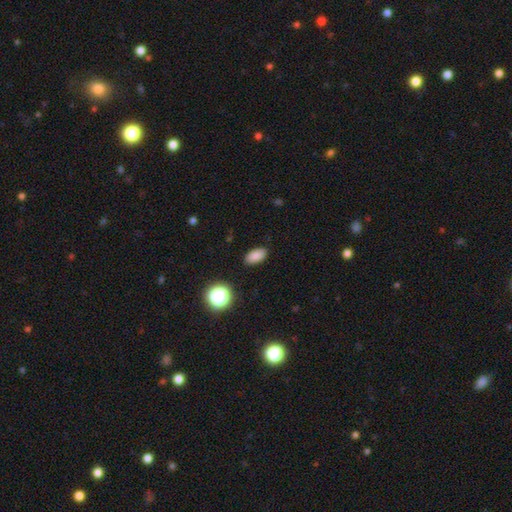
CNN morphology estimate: A smooth galaxy with no disk features (84%) that is in between round and cigar-shaped (90%). Merging: none (88%).